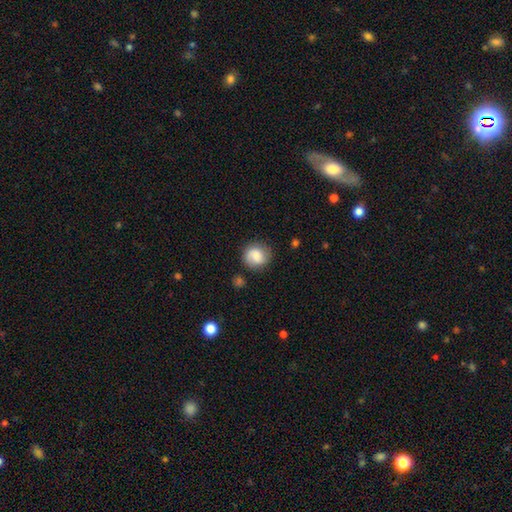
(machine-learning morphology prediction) smooth-or-featured: smooth: 63% | featured or disk: 29% | star or artifact: 8%
  how-rounded: round: 83% | in between: 16% | cigar-shaped: 1%
  merging: none: 76% | minor disturbance: 16% | major disturbance: 5% | merger: 3%